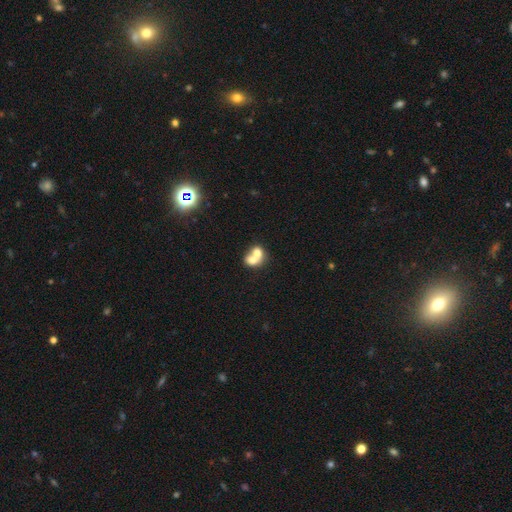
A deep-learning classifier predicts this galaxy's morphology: Smooth or featured: smooth — 67% (featured or disk — 24%)
How rounded: round — 52% (in between — 47%)
Merging: merger — 72% (none — 19%)